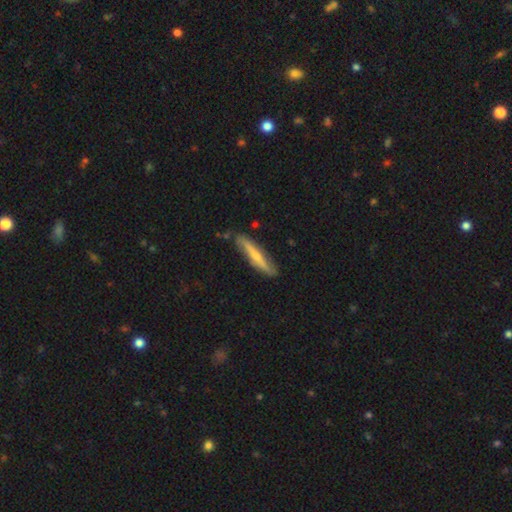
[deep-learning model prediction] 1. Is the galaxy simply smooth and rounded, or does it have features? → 49% featured or disk, 46% smooth, 5% star or artifact.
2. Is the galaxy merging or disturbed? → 78% none, 17% minor disturbance, 3% major disturbance, 3% merger.